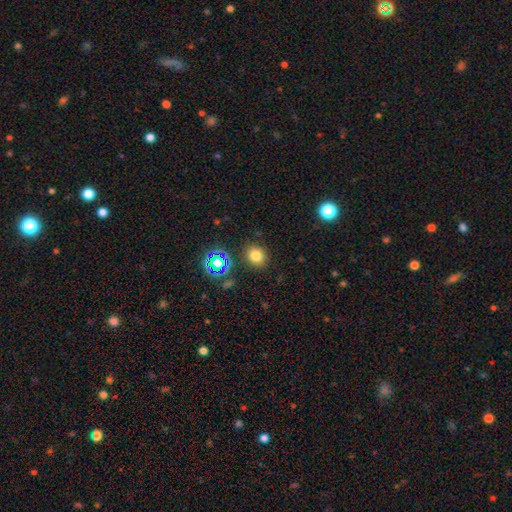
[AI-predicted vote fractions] Morphology: type=smooth (75%); roundness=round (74%); merging=none (86%).